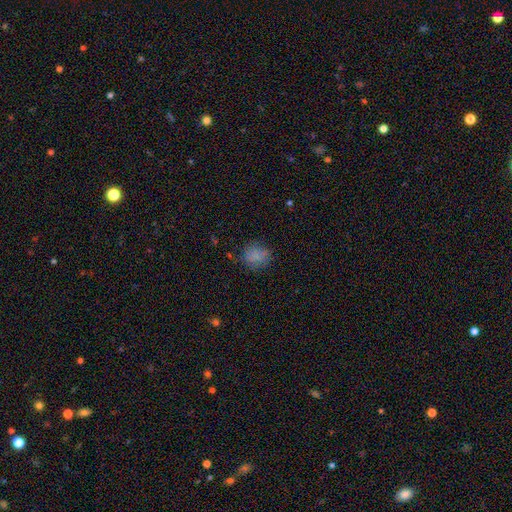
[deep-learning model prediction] smooth-or-featured: smooth: 78% | star or artifact: 12% | featured or disk: 10%
  how-rounded: round: 75% | in between: 24% | cigar-shaped: 1%
  merging: none: 77% | minor disturbance: 16% | major disturbance: 5% | merger: 2%